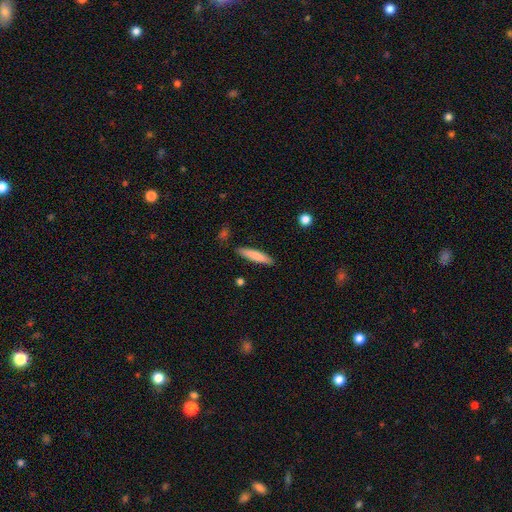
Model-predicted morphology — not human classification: Smooth or featured: smooth — 80% (featured or disk — 14%)
How rounded: cigar-shaped — 87% (in between — 11%)
Merging: none — 88% (minor disturbance — 9%)